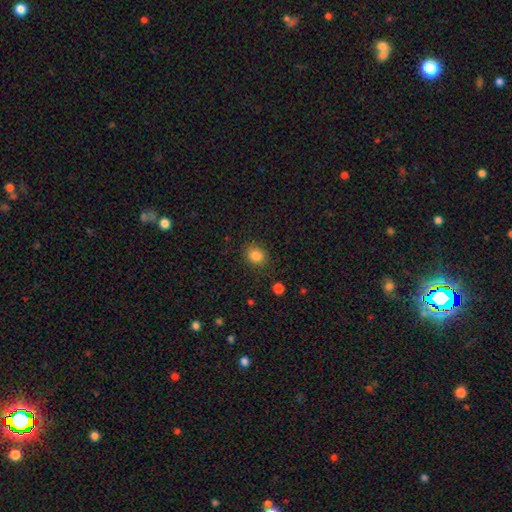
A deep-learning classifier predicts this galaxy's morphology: A smooth galaxy with no disk features (85%) that is round (69%).

Vote fractions:
- Smooth or featured? smooth: 85% / star or artifact: 11% / featured or disk: 4%
- How rounded? round: 69% / in between: 30% / cigar-shaped: 1%
- Merging? none: 85% / minor disturbance: 10% / major disturbance: 3% / merger: 2%